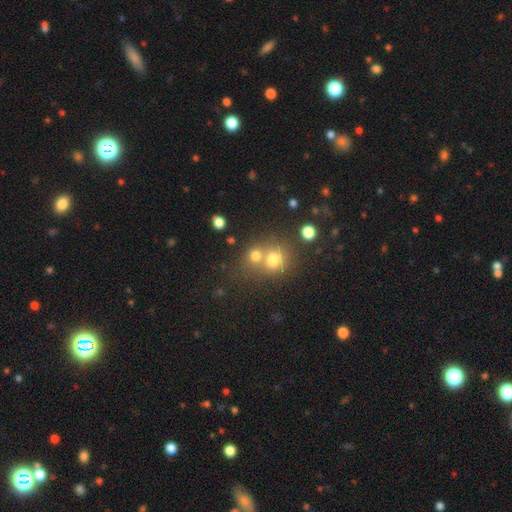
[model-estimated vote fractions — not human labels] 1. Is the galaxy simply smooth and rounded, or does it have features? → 73% smooth, 16% star or artifact, 11% featured or disk.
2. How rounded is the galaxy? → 78% round, 21% in between, 1% cigar-shaped.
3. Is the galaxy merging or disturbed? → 48% merger, 41% none, 7% minor disturbance, 3% major disturbance.